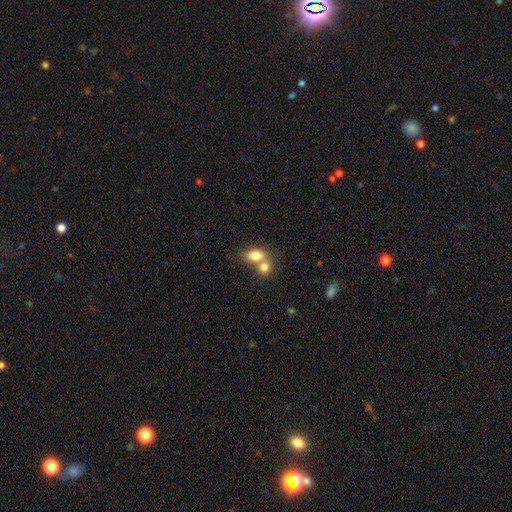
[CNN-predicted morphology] smooth_or_featured: smooth (p=0.78) [alt: featured or disk p=0.13]
how_rounded: in between (p=0.75) [alt: round p=0.24]
merging: merger (p=0.60) [alt: none p=0.29]